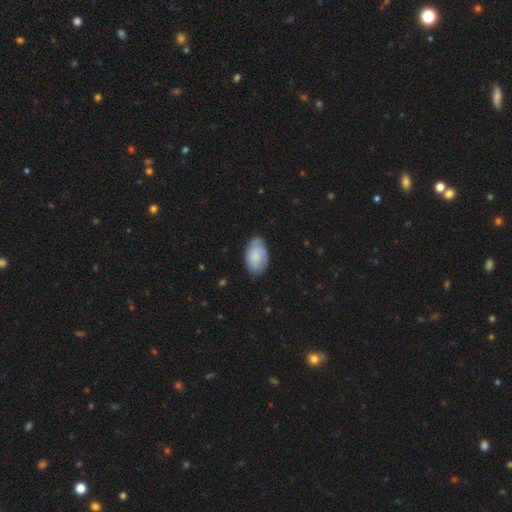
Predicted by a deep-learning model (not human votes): Smooth or featured: smooth — 62% (featured or disk — 31%)
How rounded: in between — 93% (round — 5%)
Merging: none — 72% (minor disturbance — 22%)